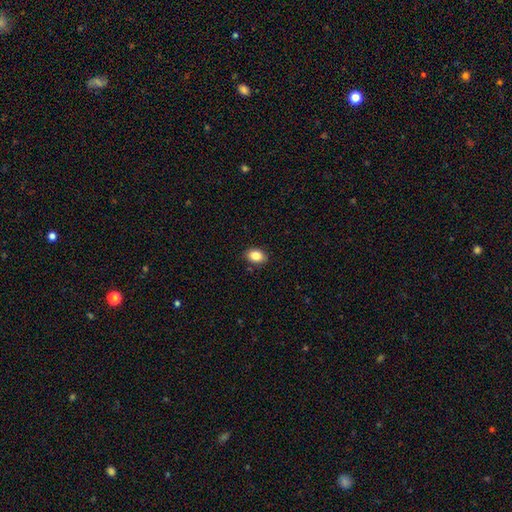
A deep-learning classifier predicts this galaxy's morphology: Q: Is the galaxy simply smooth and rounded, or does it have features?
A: smooth — 86%.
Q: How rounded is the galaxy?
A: in between — 77%.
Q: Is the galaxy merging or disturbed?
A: none — 87%.